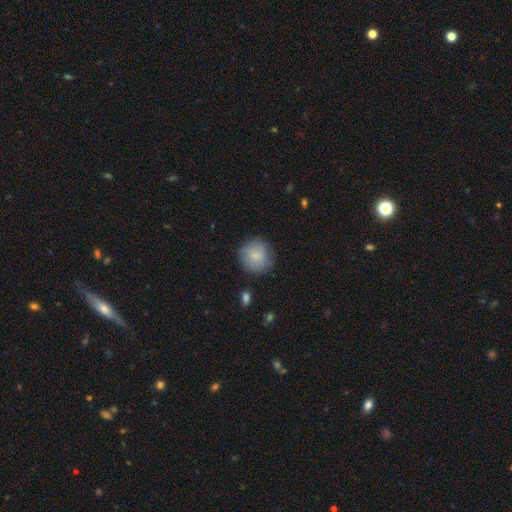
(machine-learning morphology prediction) smooth-or-featured: smooth: 79% | featured or disk: 14% | star or artifact: 7%
  how-rounded: round: 91% | in between: 8% | cigar-shaped: 1%
  merging: none: 74% | minor disturbance: 19% | major disturbance: 5% | merger: 2%